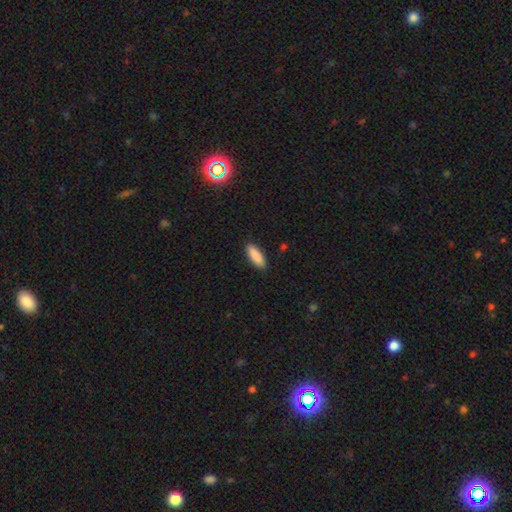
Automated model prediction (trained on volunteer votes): This appears to be a smooth galaxy with no disk features (89%) that is in between round and cigar-shaped (59%). Merging: none (89%).